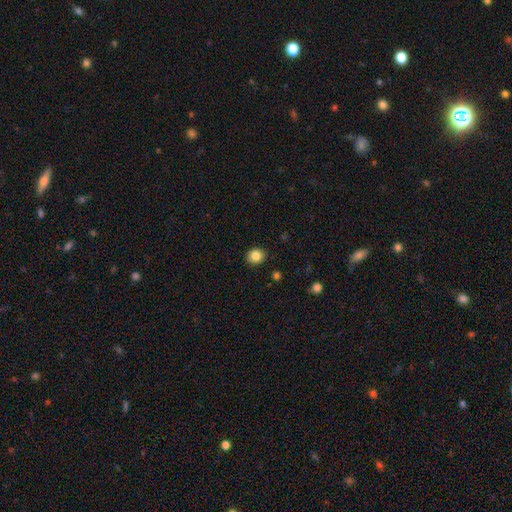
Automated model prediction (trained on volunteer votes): smooth_or_featured: smooth (p=0.84) [alt: star or artifact p=0.10]
how_rounded: round (p=0.72) [alt: in between p=0.27]
merging: none (p=0.90) [alt: minor disturbance p=0.07]